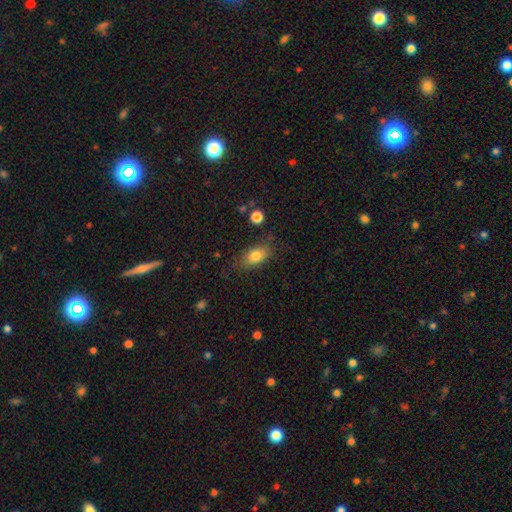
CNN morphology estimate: This is clearly a smooth galaxy (80%). How rounded: clearly in between (84%). Merging: likely none (73%).